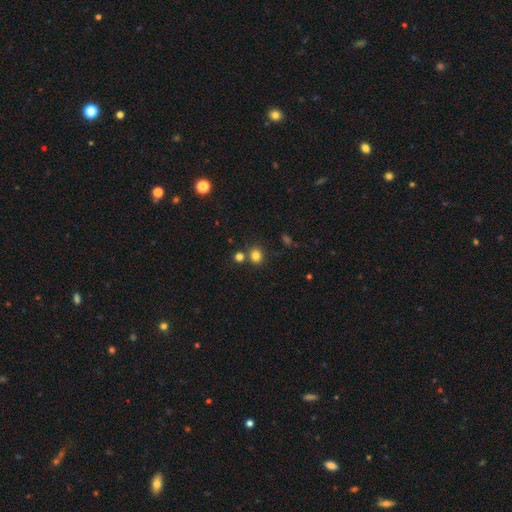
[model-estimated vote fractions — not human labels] A smooth galaxy with no disk features (81%) that is round (74%).

Vote fractions:
- Smooth or featured? smooth: 81% / star or artifact: 13% / featured or disk: 5%
- How rounded? round: 74% / in between: 25% / cigar-shaped: 1%
- Merging? none: 74% / merger: 14% / minor disturbance: 9% / major disturbance: 3%